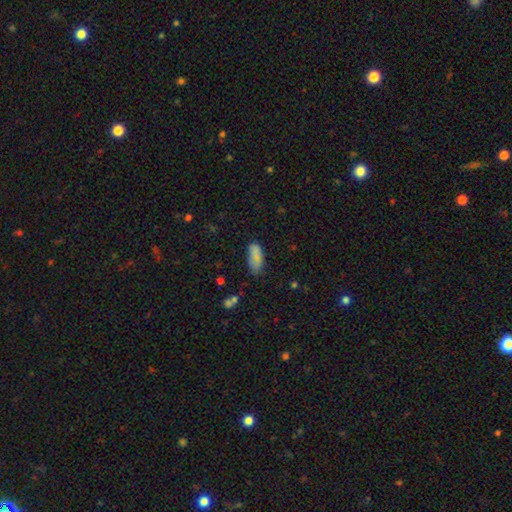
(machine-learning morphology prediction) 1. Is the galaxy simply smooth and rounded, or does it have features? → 84% smooth, 9% star or artifact, 7% featured or disk.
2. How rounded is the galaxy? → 80% in between, 18% cigar-shaped, 2% round.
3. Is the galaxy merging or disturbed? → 59% none, 29% minor disturbance, 9% major disturbance, 3% merger.